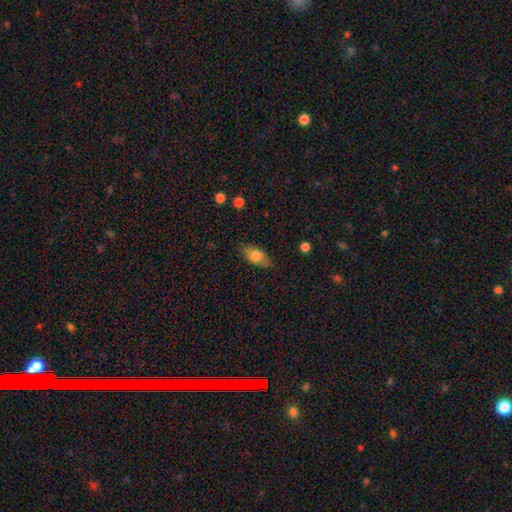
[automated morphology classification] This is likely a smooth galaxy (75%). How rounded: clearly in between (85%). Merging: likely none (77%).